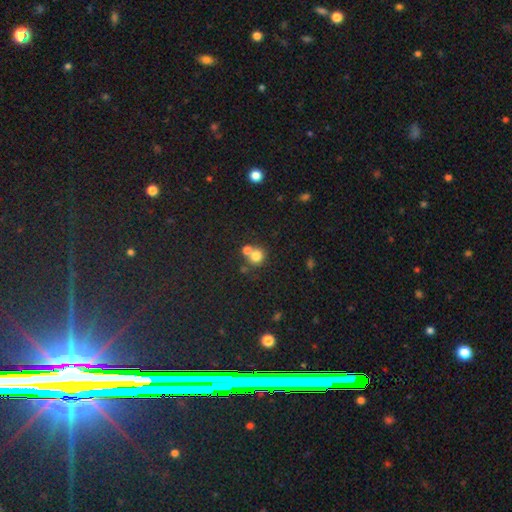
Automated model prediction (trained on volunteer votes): Q: Smooth or featured?
A: smooth (77%); runner-up: star or artifact (13%)
Q: How rounded?
A: round (86%); runner-up: in between (13%)
Q: Merging?
A: none (48%); runner-up: merger (42%)